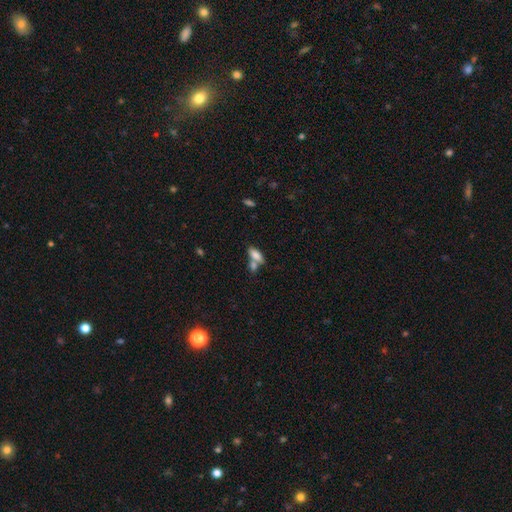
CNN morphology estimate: Smooth or featured? smooth (79%)
How rounded? in between (80%)
Merging? merger (48%)